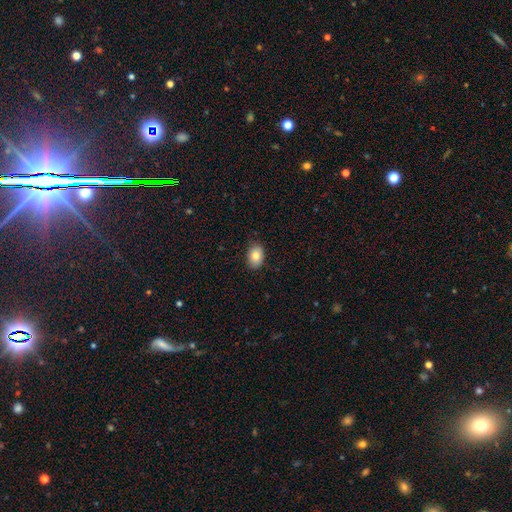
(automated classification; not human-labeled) Q: Smooth or featured?
A: smooth (82%); runner-up: featured or disk (10%)
Q: How rounded?
A: in between (80%); runner-up: round (19%)
Q: Merging?
A: none (85%); runner-up: minor disturbance (12%)